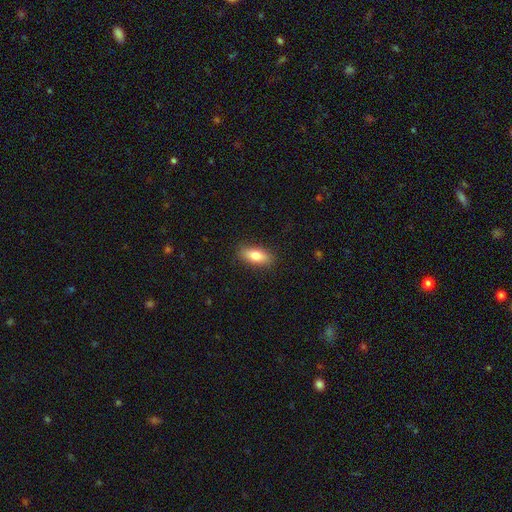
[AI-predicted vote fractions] smooth-or-featured: smooth: 78% | featured or disk: 15% | star or artifact: 7%
  how-rounded: in between: 78% | cigar-shaped: 18% | round: 4%
  merging: none: 87% | minor disturbance: 9% | major disturbance: 2% | merger: 1%